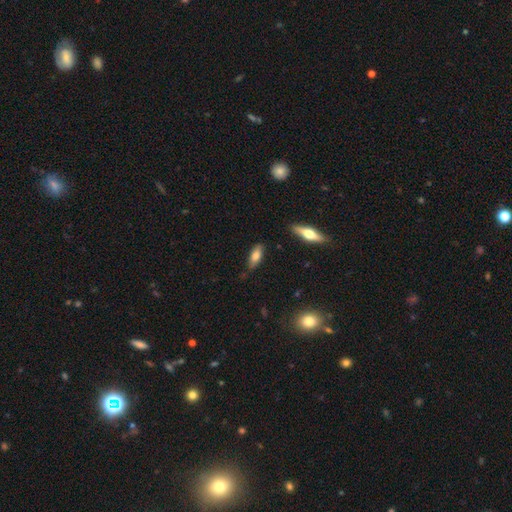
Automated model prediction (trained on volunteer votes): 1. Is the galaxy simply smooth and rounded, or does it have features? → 75% smooth, 19% featured or disk, 7% star or artifact.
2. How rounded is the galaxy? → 69% in between, 28% cigar-shaped, 2% round.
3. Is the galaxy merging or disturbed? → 79% none, 16% minor disturbance, 3% major disturbance, 2% merger.